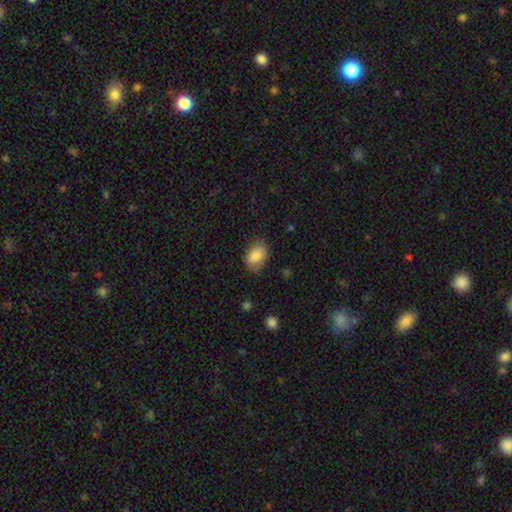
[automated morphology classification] A smooth galaxy with no disk features (86%) that is in between round and cigar-shaped (82%).

Vote fractions:
- Smooth or featured? smooth: 86% / star or artifact: 8% / featured or disk: 6%
- How rounded? in between: 82% / round: 17% / cigar-shaped: 1%
- Merging? none: 76% / minor disturbance: 19% / major disturbance: 4% / merger: 1%